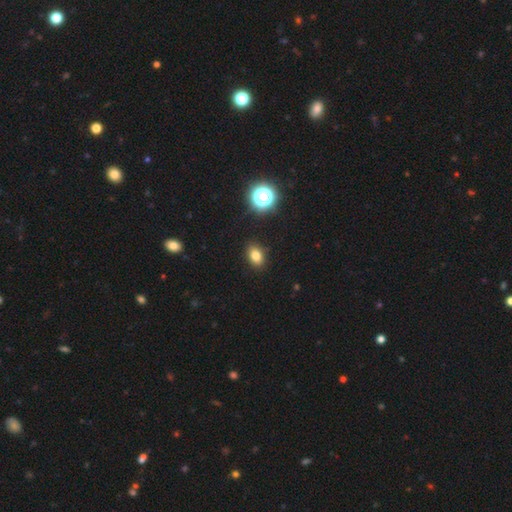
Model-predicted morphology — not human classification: Smooth or featured?
  - smooth: 79% *
  - star or artifact: 14%
  - featured or disk: 7%
How rounded?
  - in between: 73% *
  - round: 26%
  - cigar-shaped: 1%
Merging?
  - none: 89% *
  - minor disturbance: 8%
  - major disturbance: 2%
  - merger: 1%